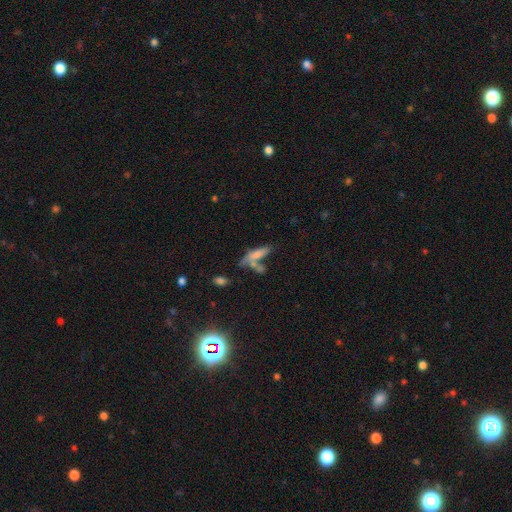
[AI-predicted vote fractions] This appears to be a smooth galaxy with no disk features (64%) that is cigar-shaped (59%). Merging: none (38%).